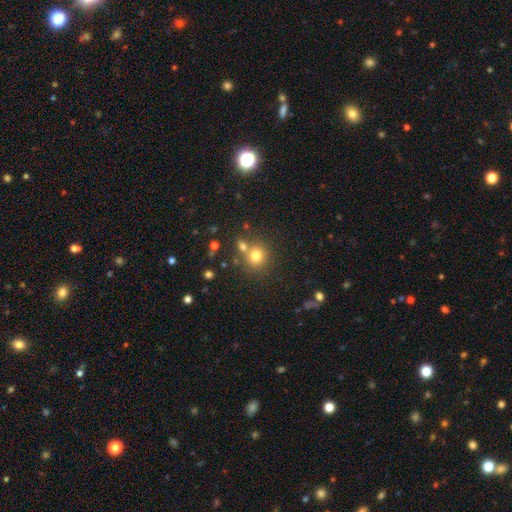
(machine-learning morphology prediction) smooth-or-featured: smooth: 76% | star or artifact: 14% | featured or disk: 10%
  how-rounded: round: 85% | in between: 14% | cigar-shaped: 1%
  merging: none: 62% | merger: 25% | minor disturbance: 9% | major disturbance: 4%